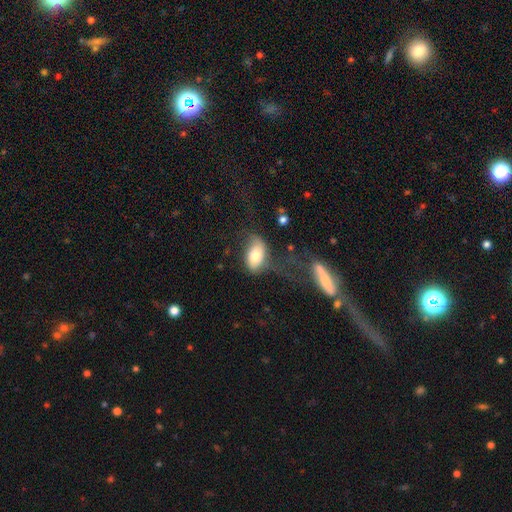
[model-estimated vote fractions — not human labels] Smooth or featured? smooth (66%)
How rounded? in between (90%)
Merging? none (46%)